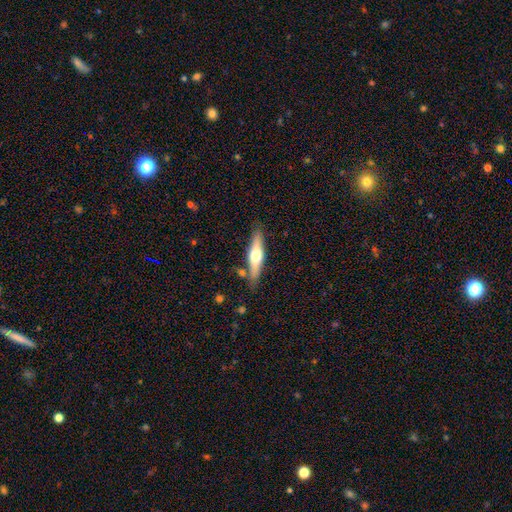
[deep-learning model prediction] A featured or disk galaxy (50%).

Vote fractions:
- Smooth or featured? featured or disk: 50% / smooth: 45% / star or artifact: 5%
- Merging? none: 81% / minor disturbance: 12% / merger: 5% / major disturbance: 3%